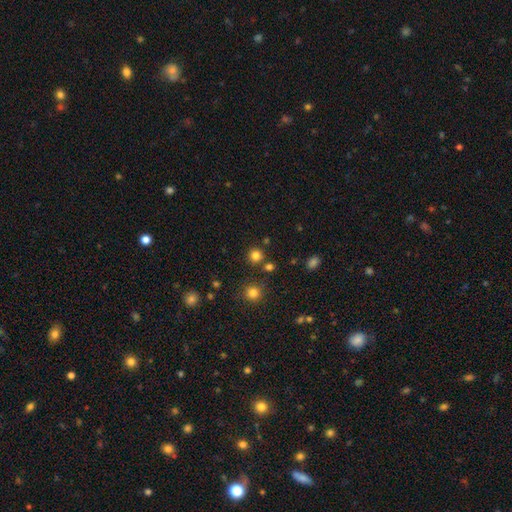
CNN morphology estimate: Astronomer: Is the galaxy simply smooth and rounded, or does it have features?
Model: smooth — 80%.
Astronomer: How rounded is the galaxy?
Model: round — 93%.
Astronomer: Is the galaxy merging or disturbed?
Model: none — 85%.